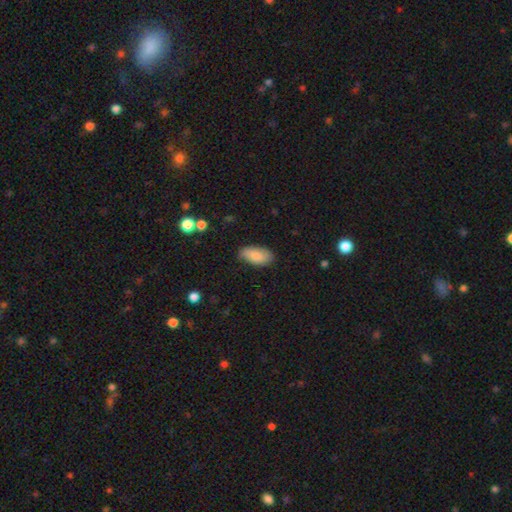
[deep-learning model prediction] This is clearly a smooth galaxy (84%). How rounded: clearly in between (93%). Merging: likely none (76%).